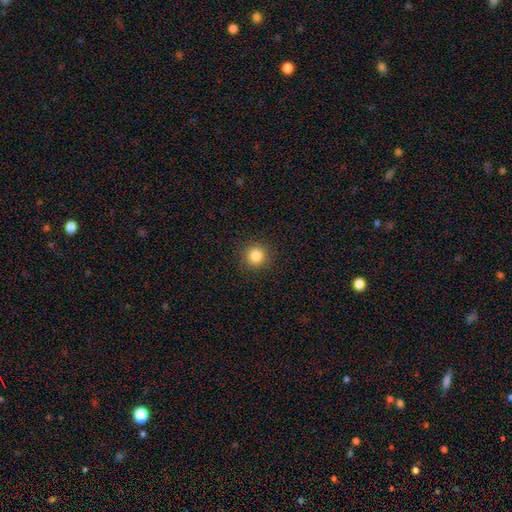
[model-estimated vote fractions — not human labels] The model was most divided on "smooth or featured": smooth: 85%, star or artifact: 11%, featured or disk: 4%. More confident: how rounded — round (93%); merging — none (91%).